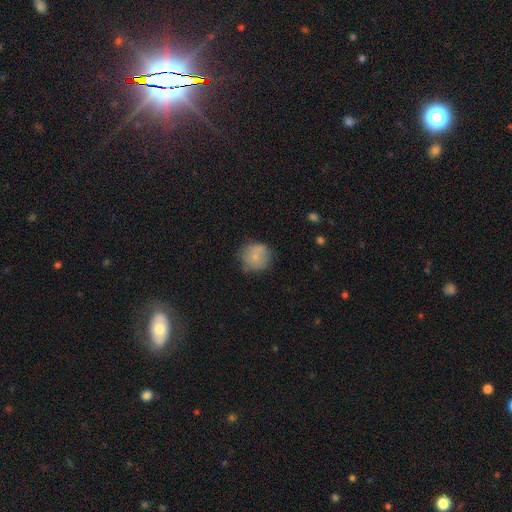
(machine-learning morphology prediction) smooth-or-featured: smooth: 75% | featured or disk: 16% | star or artifact: 9%
  how-rounded: round: 88% | in between: 11% | cigar-shaped: 1%
  merging: none: 66% | minor disturbance: 22% | major disturbance: 6% | merger: 6%